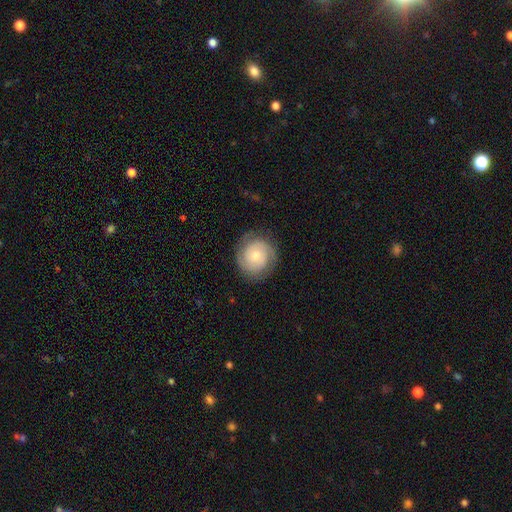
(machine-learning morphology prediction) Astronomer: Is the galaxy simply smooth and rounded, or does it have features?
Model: featured or disk — 67%.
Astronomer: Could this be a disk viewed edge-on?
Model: no — 98%.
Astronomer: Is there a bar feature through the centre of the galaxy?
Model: no — 73%.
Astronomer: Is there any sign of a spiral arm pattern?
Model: yes — 91%.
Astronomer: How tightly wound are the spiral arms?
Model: tight — 68%.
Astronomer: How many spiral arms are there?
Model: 2 — 64%.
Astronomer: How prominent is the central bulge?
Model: moderate — 52% (runner-up: small, 41%).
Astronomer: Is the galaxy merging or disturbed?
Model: none — 82%.